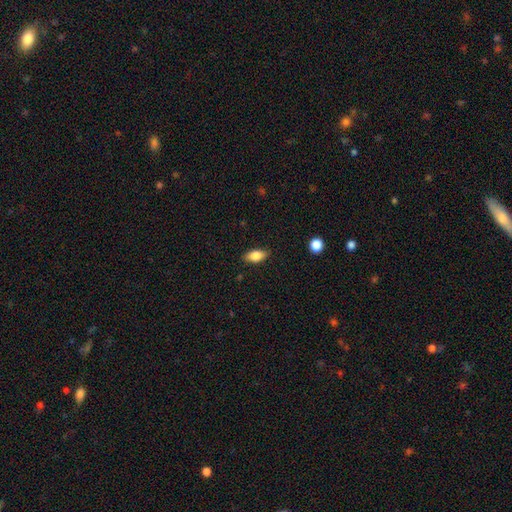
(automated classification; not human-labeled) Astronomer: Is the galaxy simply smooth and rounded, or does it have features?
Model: smooth — 81%.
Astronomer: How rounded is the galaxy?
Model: in between — 88%.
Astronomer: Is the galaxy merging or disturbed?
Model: none — 86%.